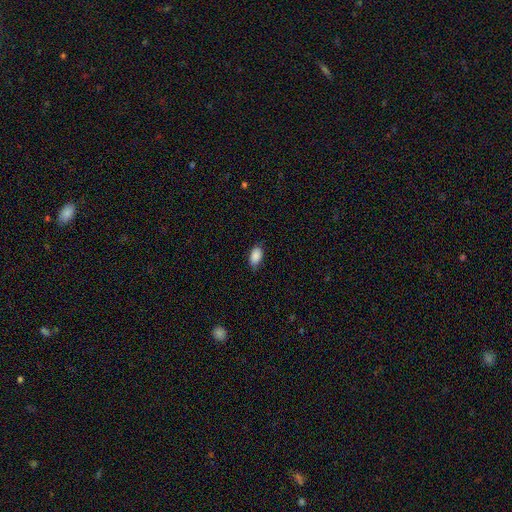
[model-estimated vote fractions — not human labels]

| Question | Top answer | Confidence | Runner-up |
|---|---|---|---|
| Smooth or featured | smooth | 89% | star or artifact (7%) |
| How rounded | in between | 93% | round (4%) |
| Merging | none | 79% | minor disturbance (17%) |